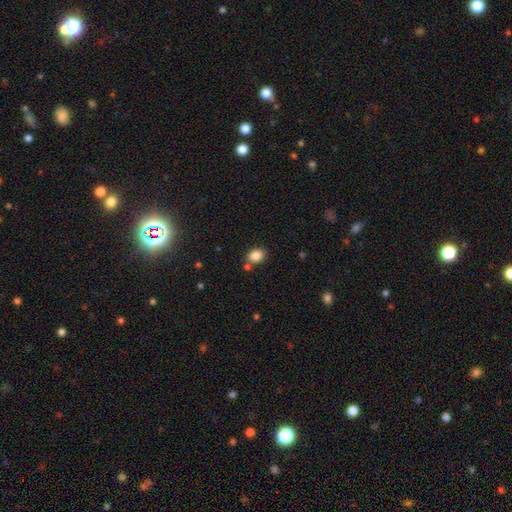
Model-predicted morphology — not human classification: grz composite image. It shows a smooth galaxy with no disk features (85%) that is in between round and cigar-shaped (61%). Merging: none (70%).